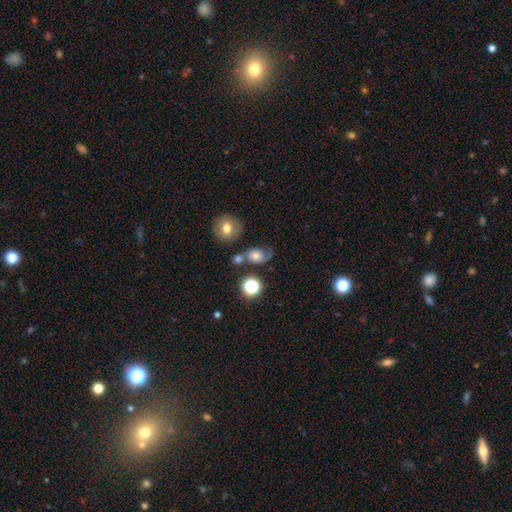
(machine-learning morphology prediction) smooth_or_featured: smooth (p=0.51) [alt: featured or disk p=0.36]
how_rounded: round (p=0.54) [alt: in between p=0.45]
merging: none (p=0.45) [alt: minor disturbance p=0.22]